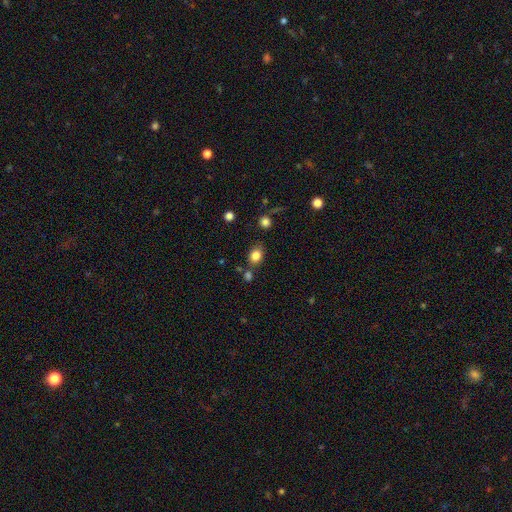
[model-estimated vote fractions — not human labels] smooth 83%, star or artifact 11%, featured or disk 5%. Down the decision tree: how rounded — round (56%); merging — none (74%).